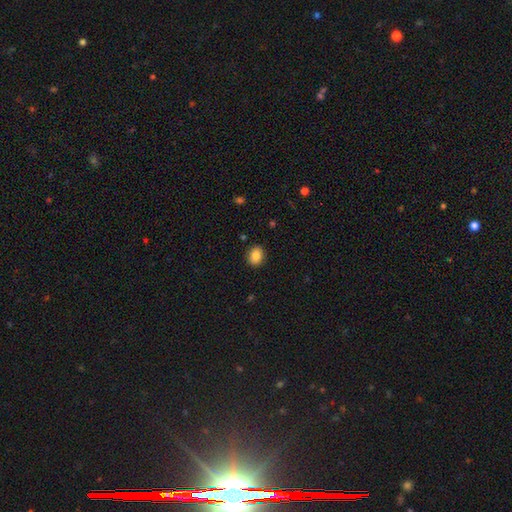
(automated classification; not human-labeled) This is clearly a smooth galaxy (86%). How rounded: possibly round (57%). Merging: clearly none (89%).